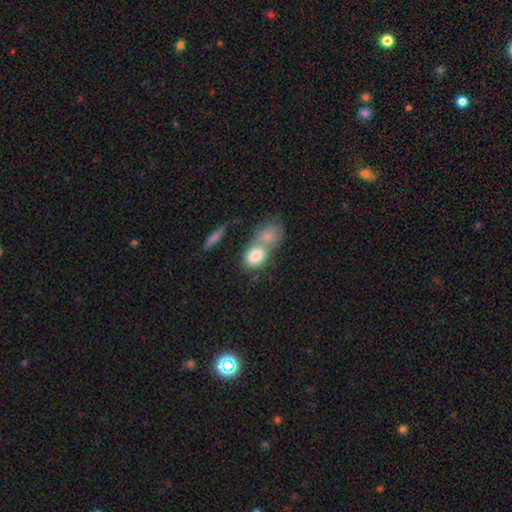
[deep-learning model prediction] Smooth or featured: smooth — 79% (featured or disk — 13%)
How rounded: in between — 67% (round — 30%)
Merging: merger — 58% (none — 28%)